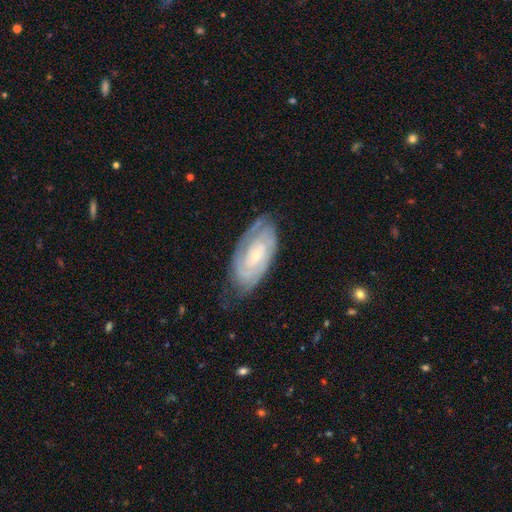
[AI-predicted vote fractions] This appears to be a featured or disk galaxy (85%) with no bar (52%), 2 (49%) tight (73%) spiral arms (96%) and a small central bulge (72%). Merging: none (72%).